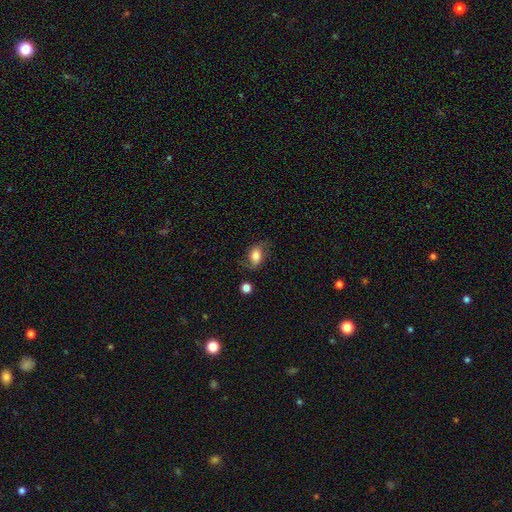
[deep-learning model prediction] This appears to be a smooth galaxy with no disk features (69%) that is in between round and cigar-shaped (80%). Merging: none (64%).